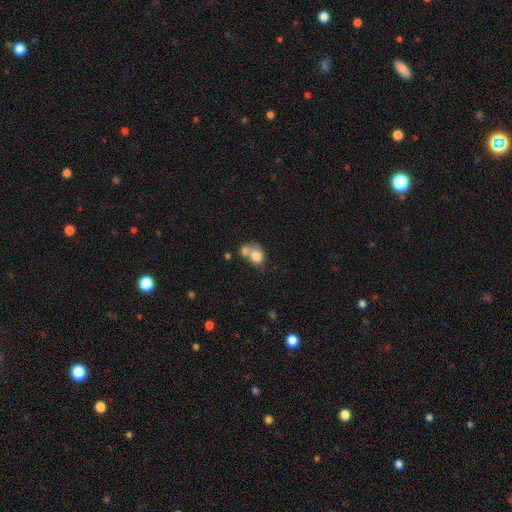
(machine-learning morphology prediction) Smooth or featured: smooth — 77% (featured or disk — 13%)
How rounded: round — 54% (in between — 45%)
Merging: merger — 56% (none — 28%)